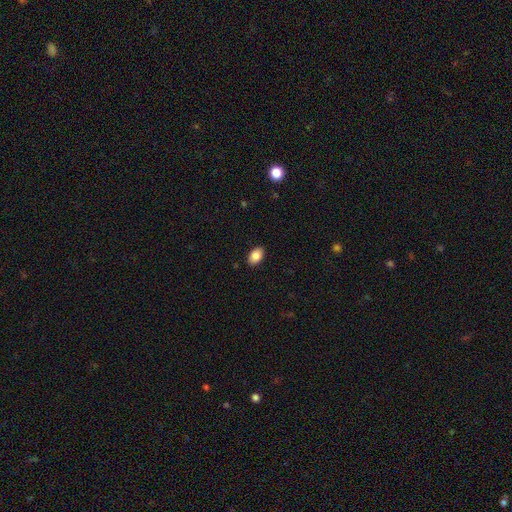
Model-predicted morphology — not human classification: This is clearly a smooth galaxy (87%). How rounded: clearly in between (87%). Merging: clearly none (89%).